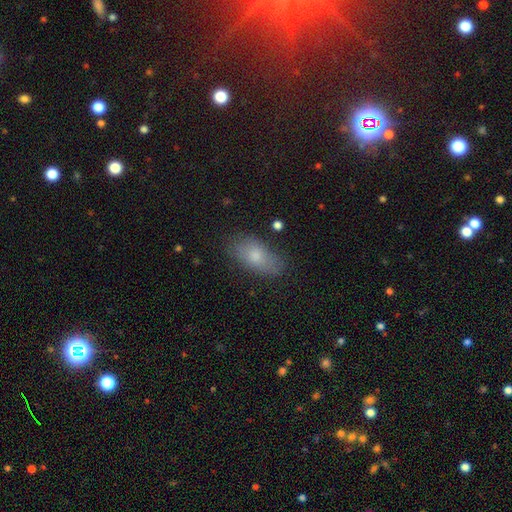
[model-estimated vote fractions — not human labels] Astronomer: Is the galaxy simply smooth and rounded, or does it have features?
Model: smooth — 76%.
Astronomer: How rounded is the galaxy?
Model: in between — 90%.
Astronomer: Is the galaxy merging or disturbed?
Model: none — 74%.